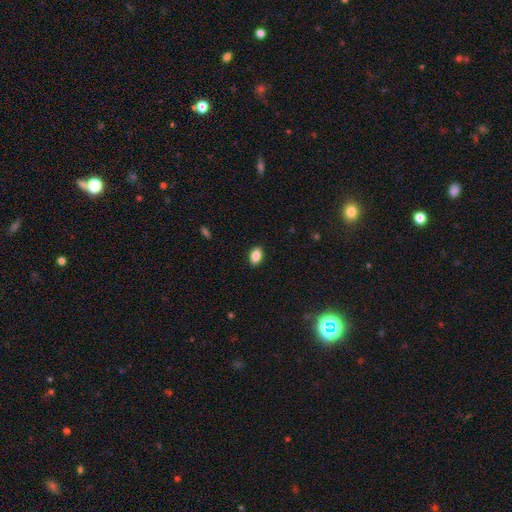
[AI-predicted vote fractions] smooth-or-featured: smooth: 87% | star or artifact: 8% | featured or disk: 5%
  how-rounded: in between: 87% | round: 11% | cigar-shaped: 2%
  merging: none: 90% | minor disturbance: 8% | major disturbance: 2% | merger: 1%